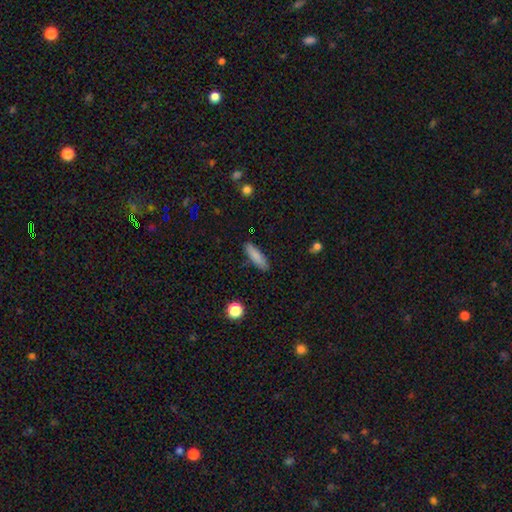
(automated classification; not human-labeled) This appears to be a smooth galaxy with no disk features (83%) that is cigar-shaped (65%). Merging: none (85%).